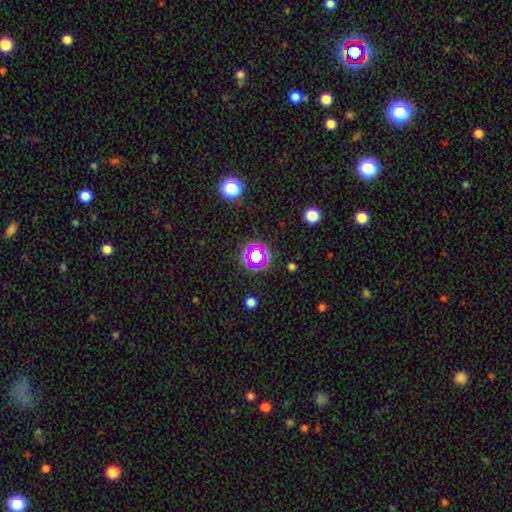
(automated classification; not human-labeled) Morphology: type=star or artifact (60%).